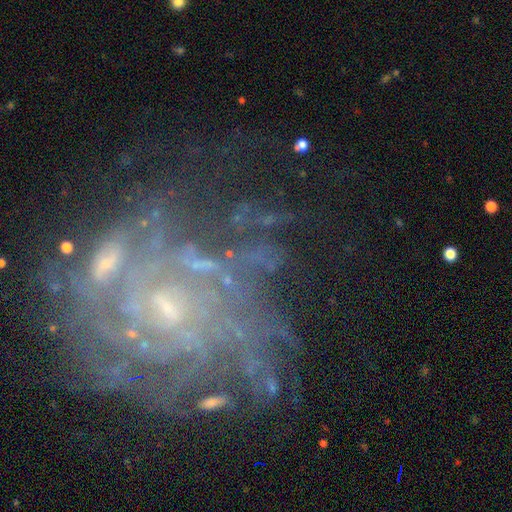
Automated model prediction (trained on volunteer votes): The model was most divided on "bar" (2-way tie): weak: 40%, no: 40%, strong: 21%. Remaining: edge-on disk — no (97%); spiral arms — yes (93%); smooth or featured — featured or disk (77%); spiral winding — tight (69%); bulge size — small (66%); merging — none (66%); spiral arm count — can't tell (30%).